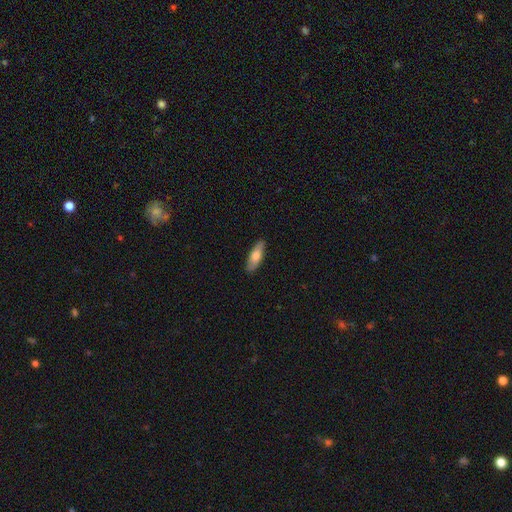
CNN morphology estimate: The model was most divided on "how rounded": in between: 58%, cigar-shaped: 40%, round: 2%. More confident: merging — none (88%); smooth or featured — smooth (70%).